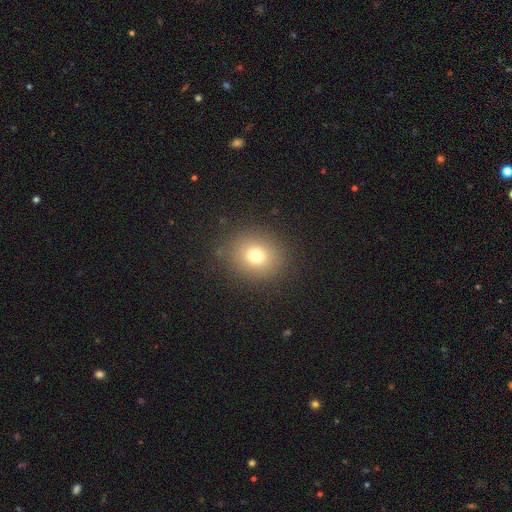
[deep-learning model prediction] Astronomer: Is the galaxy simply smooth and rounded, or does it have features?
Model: smooth — 75%.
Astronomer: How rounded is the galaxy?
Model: round — 78%.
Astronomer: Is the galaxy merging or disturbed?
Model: none — 87%.